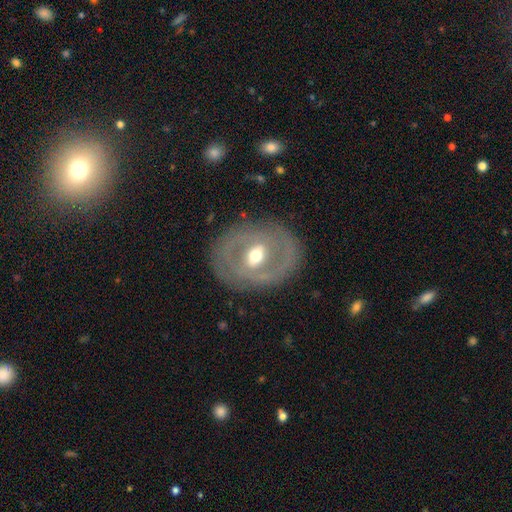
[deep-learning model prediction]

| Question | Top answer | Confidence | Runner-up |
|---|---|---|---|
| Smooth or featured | featured or disk | 72% | smooth (22%) |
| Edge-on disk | no | 93% | yes (7%) |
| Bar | weak | 41% | strong (32%) |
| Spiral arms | no | 58% | yes (42%) |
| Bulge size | moderate | 69% | small (19%) |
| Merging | none | 80% | minor disturbance (13%) |